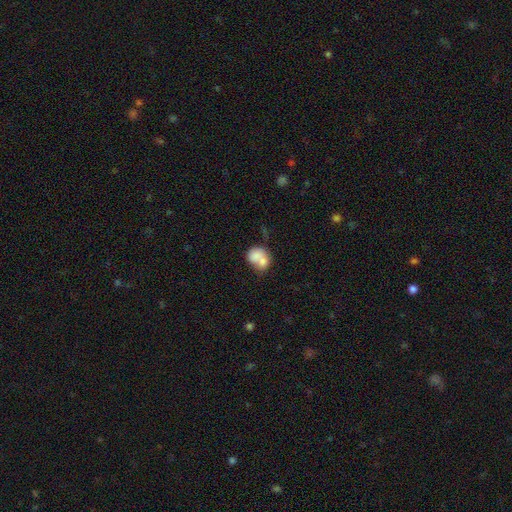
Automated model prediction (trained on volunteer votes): smooth_or_featured: smooth (p=0.74) [alt: featured or disk p=0.18]
how_rounded: round (p=0.54) [alt: in between p=0.45]
merging: merger (p=0.61) [alt: none p=0.24]